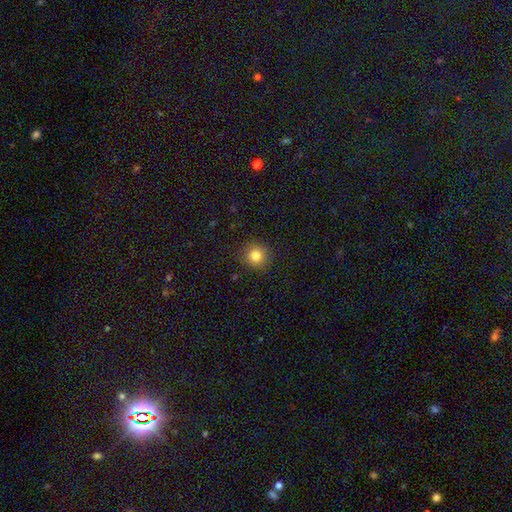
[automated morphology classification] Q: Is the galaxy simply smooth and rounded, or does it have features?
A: smooth — 81%.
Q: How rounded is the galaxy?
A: round — 93%.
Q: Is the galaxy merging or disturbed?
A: none — 91%.